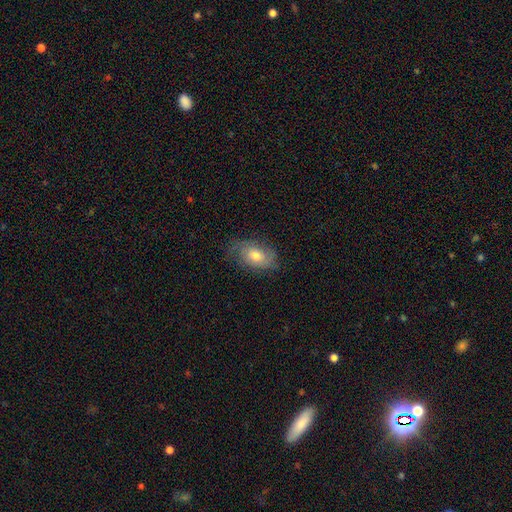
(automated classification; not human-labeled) Smooth or featured?
  - smooth: 55% *
  - featured or disk: 37%
  - star or artifact: 8%
How rounded?
  - in between: 86% *
  - round: 12%
  - cigar-shaped: 3%
Merging?
  - none: 65% *
  - minor disturbance: 24%
  - major disturbance: 9%
  - merger: 1%